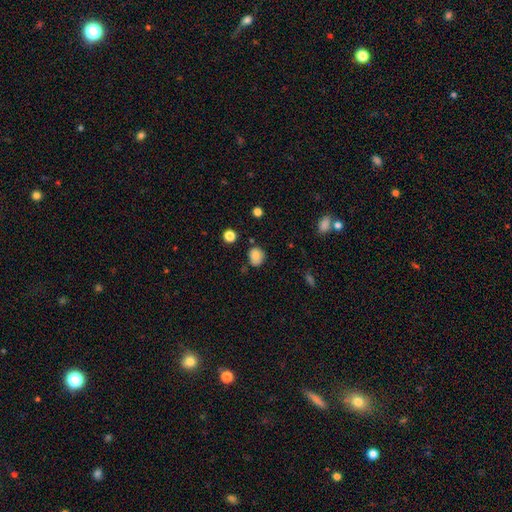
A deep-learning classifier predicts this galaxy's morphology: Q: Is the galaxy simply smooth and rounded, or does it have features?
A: smooth — 81%.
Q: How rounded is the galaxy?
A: round — 69%.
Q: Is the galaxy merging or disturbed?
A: none — 73%.